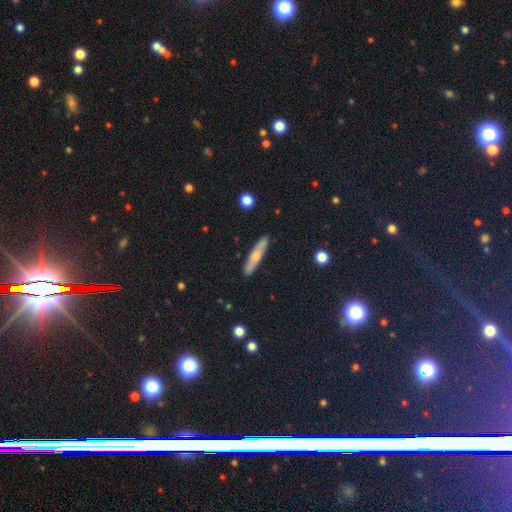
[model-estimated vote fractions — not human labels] This is possibly a smooth galaxy (60%). How rounded: clearly cigar-shaped (89%). Merging: clearly none (89%).